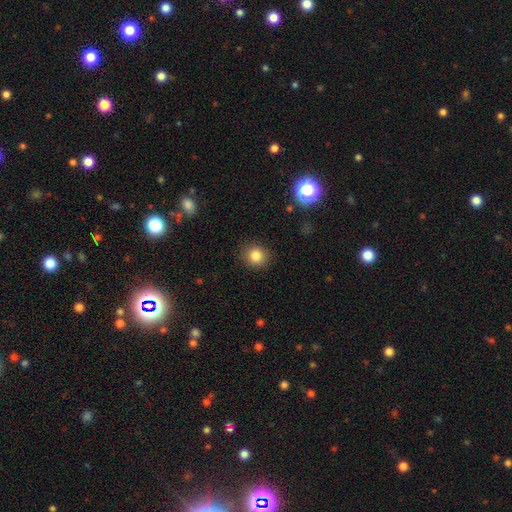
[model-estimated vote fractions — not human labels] A smooth galaxy with no disk features (83%) that is round (85%).

Vote fractions:
- Smooth or featured? smooth: 83% / star or artifact: 11% / featured or disk: 5%
- How rounded? round: 85% / in between: 14% / cigar-shaped: 1%
- Merging? none: 89% / minor disturbance: 8% / major disturbance: 3% / merger: 1%